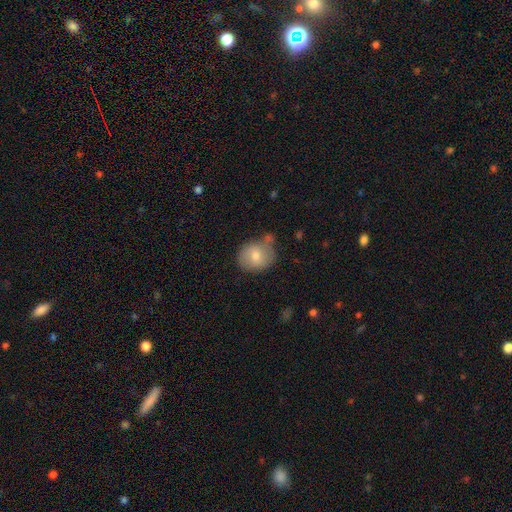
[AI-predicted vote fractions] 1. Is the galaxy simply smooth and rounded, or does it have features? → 74% smooth, 19% featured or disk, 7% star or artifact.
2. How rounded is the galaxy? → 70% round, 29% in between, 1% cigar-shaped.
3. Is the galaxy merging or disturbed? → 56% none, 24% minor disturbance, 13% merger, 7% major disturbance.